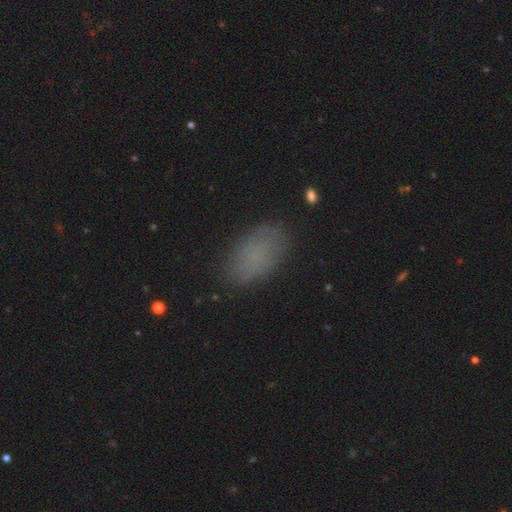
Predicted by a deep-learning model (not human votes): smooth 78%, star or artifact 13%, featured or disk 9%. Down the decision tree: how rounded — in between (93%); merging — none (82%).